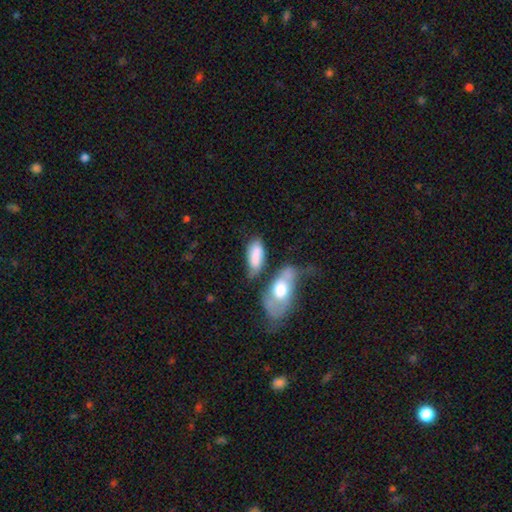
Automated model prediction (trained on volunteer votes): Smooth or featured? smooth (79%)
How rounded? in between (83%)
Merging? none (40%)